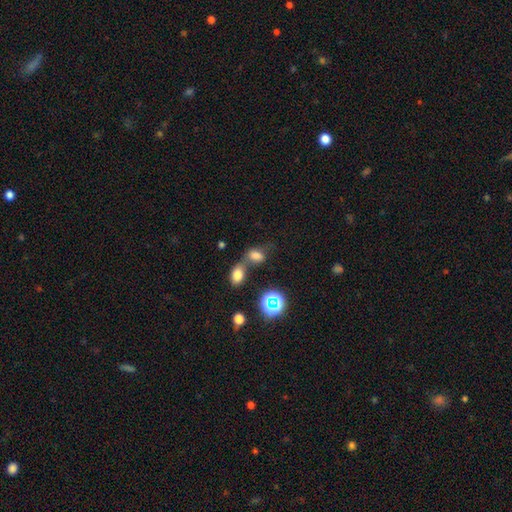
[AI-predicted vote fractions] This is likely a smooth galaxy (70%). How rounded: likely in between (78%). Merging: possibly merger (48%).